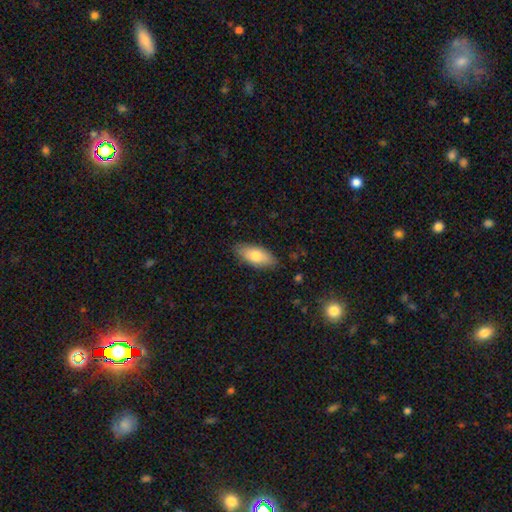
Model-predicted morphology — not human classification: Smooth or featured: smooth — 76% (featured or disk — 18%)
How rounded: in between — 84% (cigar-shaped — 13%)
Merging: none — 85% (minor disturbance — 12%)